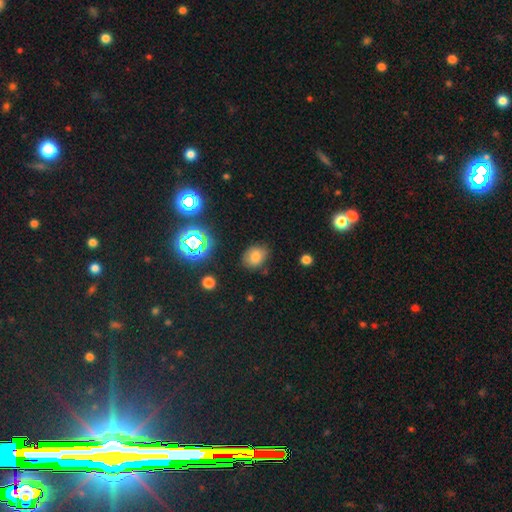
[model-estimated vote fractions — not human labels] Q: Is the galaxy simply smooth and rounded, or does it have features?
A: smooth — 74%.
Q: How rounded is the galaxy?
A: in between — 58%.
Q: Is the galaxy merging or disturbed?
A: none — 78%.